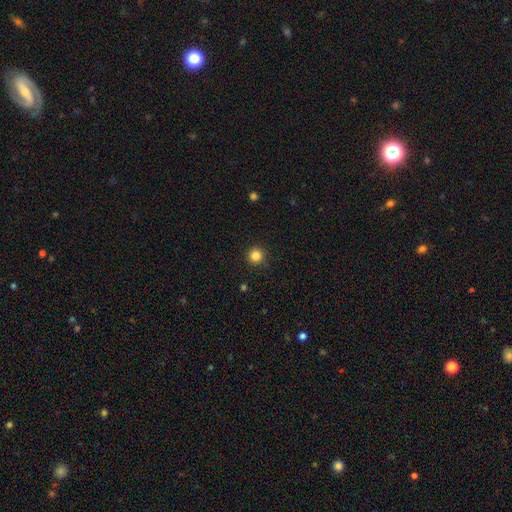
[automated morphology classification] Smooth or featured? Predicted: smooth (p=0.84). How rounded? Predicted: round (p=0.96). Merging? Predicted: none (p=0.91).